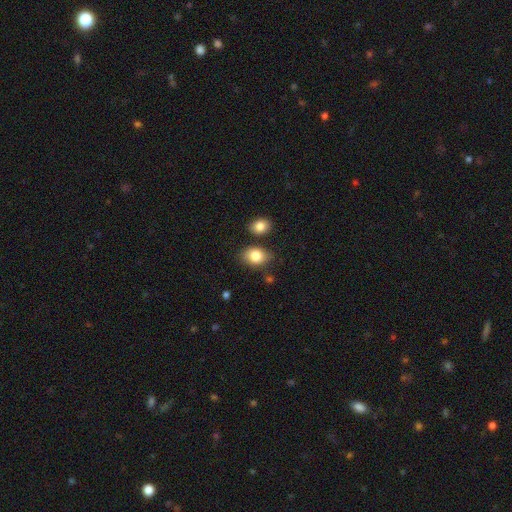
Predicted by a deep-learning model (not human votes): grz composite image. It shows a smooth galaxy with no disk features (83%) that is in between round and cigar-shaped (74%). Merging: none (75%).